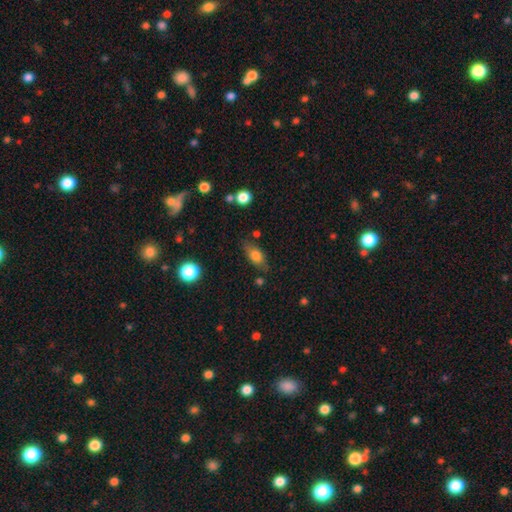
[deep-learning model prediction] smooth-or-featured: smooth: 72% | featured or disk: 19% | star or artifact: 9%
  how-rounded: in between: 81% | cigar-shaped: 10% | round: 8%
  merging: none: 71% | minor disturbance: 19% | major disturbance: 6% | merger: 4%